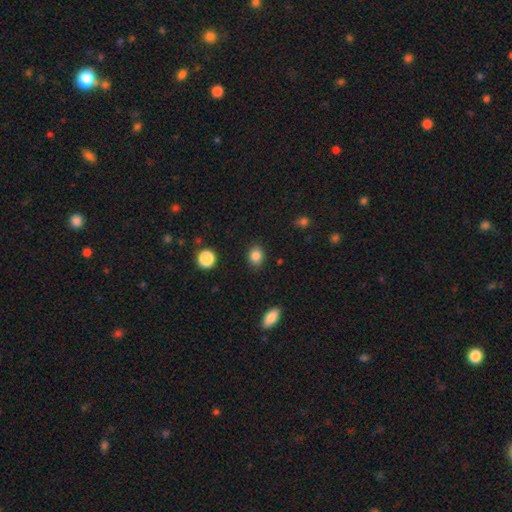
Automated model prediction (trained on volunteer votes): smooth 85%, star or artifact 10%, featured or disk 5%. Down the decision tree: how rounded — round (50%); merging — none (87%).